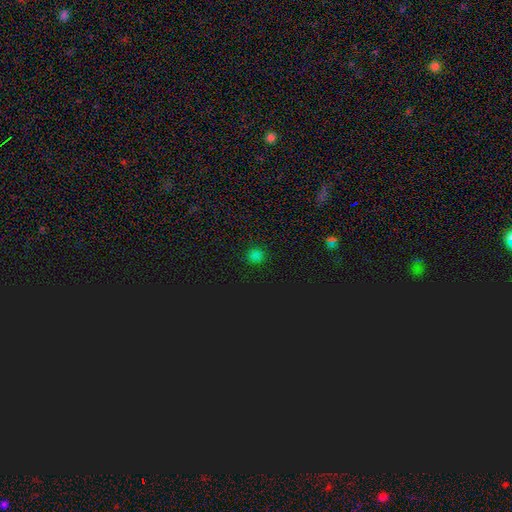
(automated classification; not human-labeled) This appears to be a smooth galaxy with no disk features (73%) that is round (84%). Merging: none (88%).